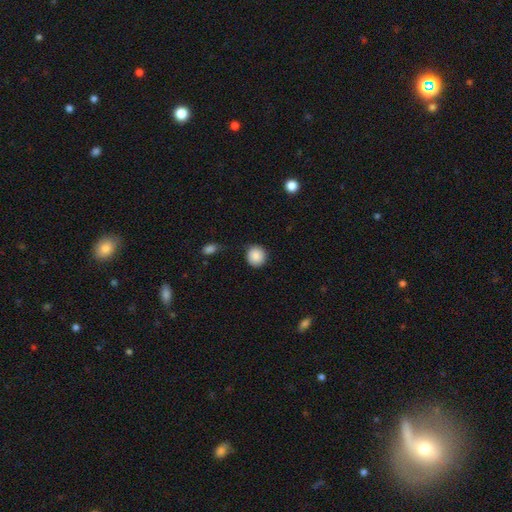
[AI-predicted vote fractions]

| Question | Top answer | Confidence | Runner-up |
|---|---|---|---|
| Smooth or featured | smooth | 88% | star or artifact (8%) |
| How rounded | round | 90% | in between (9%) |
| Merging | none | 83% | minor disturbance (12%) |